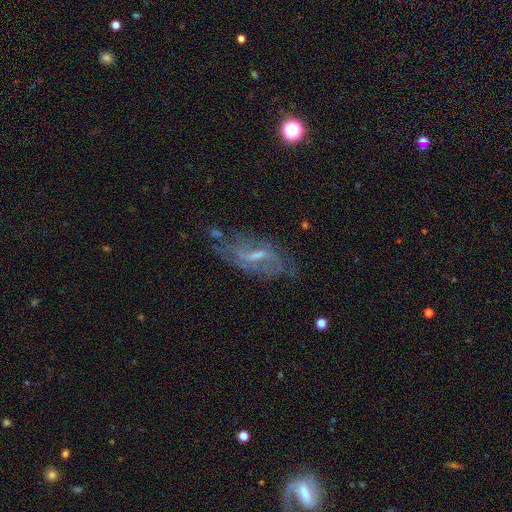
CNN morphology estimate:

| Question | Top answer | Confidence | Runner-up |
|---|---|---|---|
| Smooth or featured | featured or disk | 71% | smooth (19%) |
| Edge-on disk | no | 87% | yes (13%) |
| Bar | weak | 54% | strong (26%) |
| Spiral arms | yes | 76% | no (24%) |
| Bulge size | small | 43% | moderate (36%) |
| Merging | none | 59% | minor disturbance (23%) |